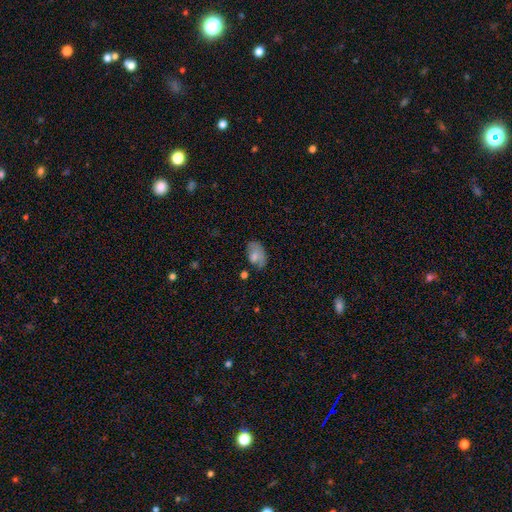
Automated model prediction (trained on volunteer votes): smooth_or_featured: smooth (p=0.70) [alt: featured or disk p=0.21]
how_rounded: in between (p=0.89) [alt: round p=0.09]
merging: none (p=0.52) [alt: minor disturbance p=0.31]